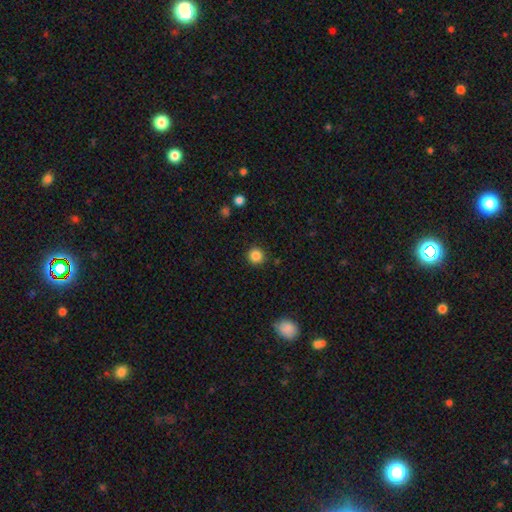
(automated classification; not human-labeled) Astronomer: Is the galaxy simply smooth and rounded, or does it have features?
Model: smooth — 86%.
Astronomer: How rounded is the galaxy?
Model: round — 94%.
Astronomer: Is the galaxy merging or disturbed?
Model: none — 90%.